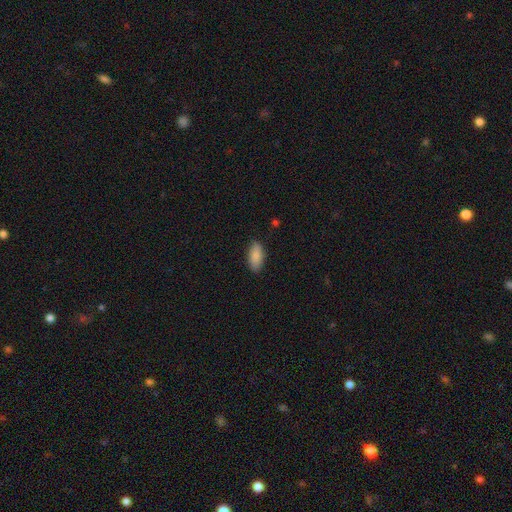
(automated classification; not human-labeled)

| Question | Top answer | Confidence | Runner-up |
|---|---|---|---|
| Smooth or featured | smooth | 88% | star or artifact (6%) |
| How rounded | in between | 88% | cigar-shaped (10%) |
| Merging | none | 86% | minor disturbance (11%) |